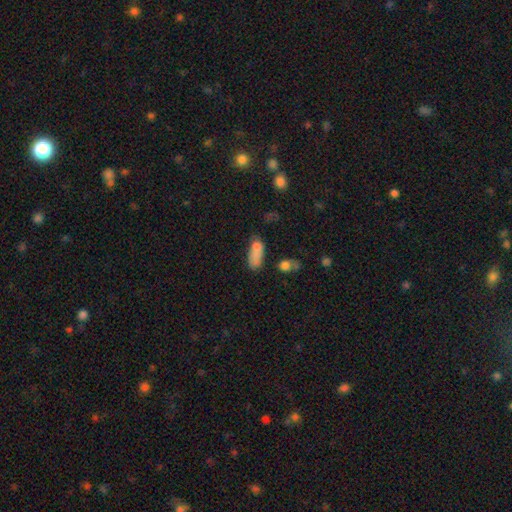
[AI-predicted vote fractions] Overall: smooth (75%). How rounded: in between (75%). Merging: none (35%; merger 28%).